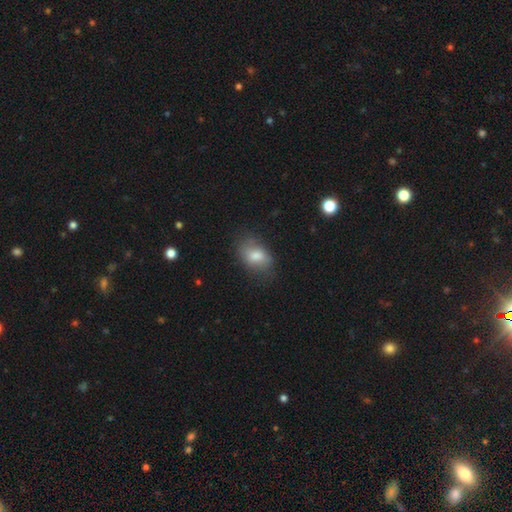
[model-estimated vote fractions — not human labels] A smooth galaxy with no disk features (75%) that is in between round and cigar-shaped (84%). Merging: none (65%).